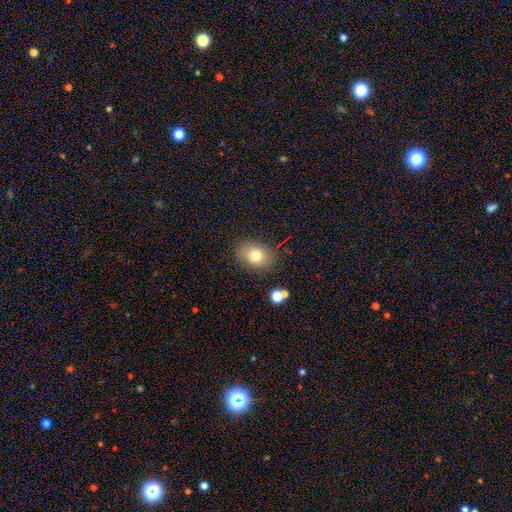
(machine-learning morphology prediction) smooth_or_featured: smooth (p=0.75) [alt: featured or disk p=0.13]
how_rounded: in between (p=0.62) [alt: round p=0.37]
merging: none (p=0.81) [alt: minor disturbance p=0.12]